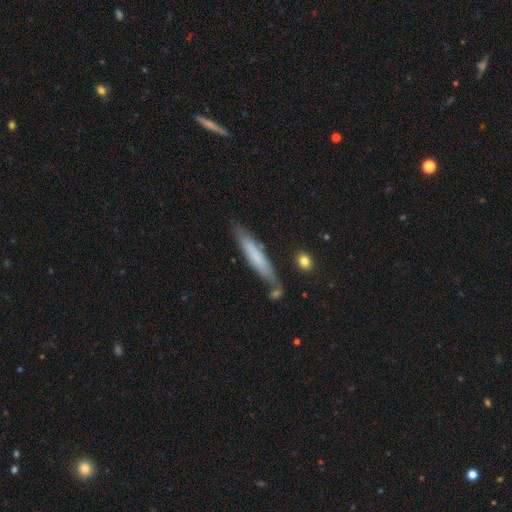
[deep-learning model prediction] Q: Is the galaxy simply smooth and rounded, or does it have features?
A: smooth — 63%.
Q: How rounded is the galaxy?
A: cigar-shaped — 92%.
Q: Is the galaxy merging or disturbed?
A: none — 74%.